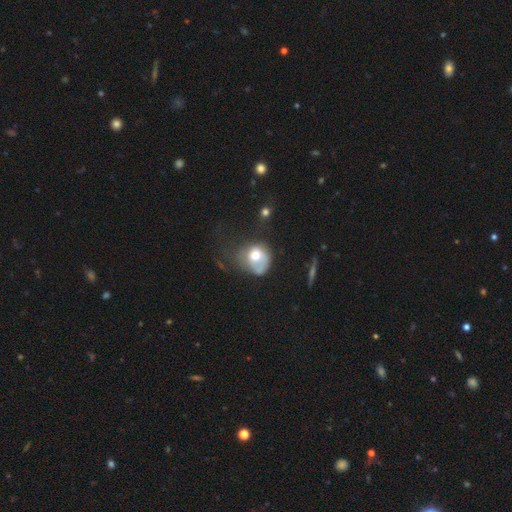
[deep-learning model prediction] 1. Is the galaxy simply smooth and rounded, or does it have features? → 63% smooth, 28% featured or disk, 9% star or artifact.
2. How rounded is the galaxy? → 67% round, 32% in between, 1% cigar-shaped.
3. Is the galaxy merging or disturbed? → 39% major disturbance, 29% none, 25% minor disturbance, 6% merger.